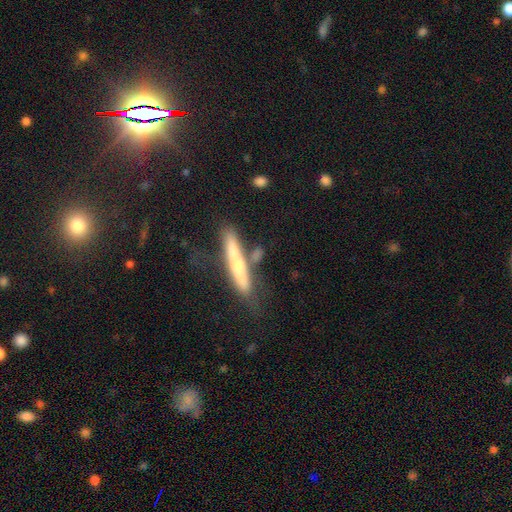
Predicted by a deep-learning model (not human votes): The model was most divided on "smooth or featured": smooth: 47%, featured or disk: 46%, star or artifact: 7%. More confident: merging — none (60%).